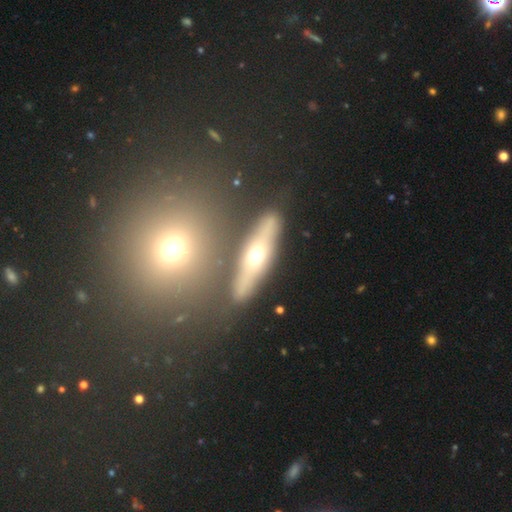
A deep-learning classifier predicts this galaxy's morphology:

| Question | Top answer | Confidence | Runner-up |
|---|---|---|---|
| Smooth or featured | featured or disk | 55% | smooth (36%) |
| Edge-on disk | yes | 70% | no (30%) |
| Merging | none | 77% | minor disturbance (11%) |